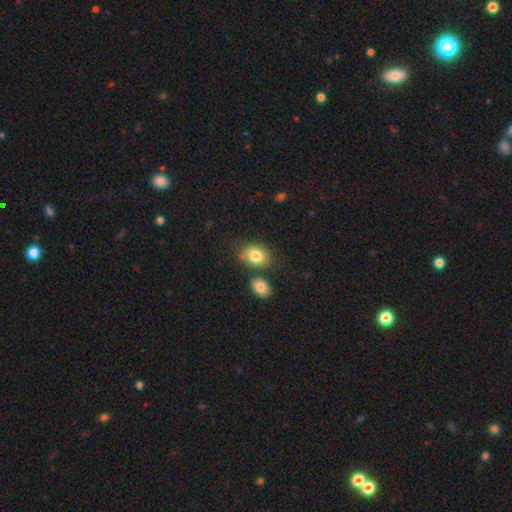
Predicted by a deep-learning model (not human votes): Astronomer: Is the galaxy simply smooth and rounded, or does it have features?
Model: smooth — 82%.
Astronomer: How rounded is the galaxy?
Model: in between — 61% (runner-up: round, 38%).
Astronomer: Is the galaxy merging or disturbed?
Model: none — 65%.